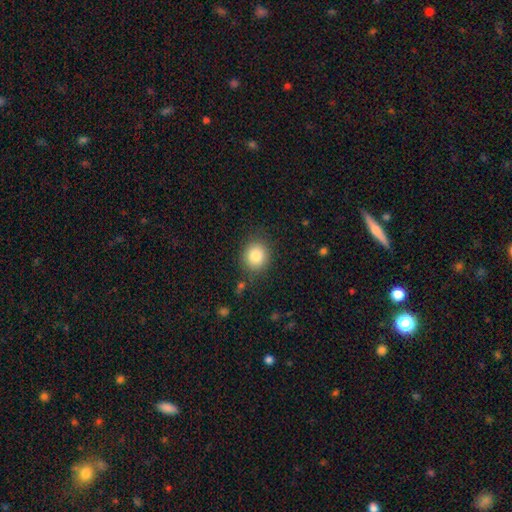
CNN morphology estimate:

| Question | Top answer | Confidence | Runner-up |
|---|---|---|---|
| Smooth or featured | smooth | 83% | star or artifact (10%) |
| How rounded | round | 82% | in between (17%) |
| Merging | none | 85% | minor disturbance (10%) |